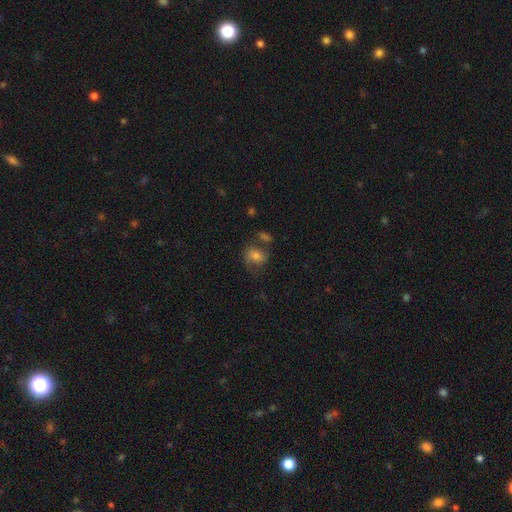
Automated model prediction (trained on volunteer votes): smooth 52%, featured or disk 37%, star or artifact 11%. Down the decision tree: how rounded — in between (49%, tied with round); merging — none (48%).